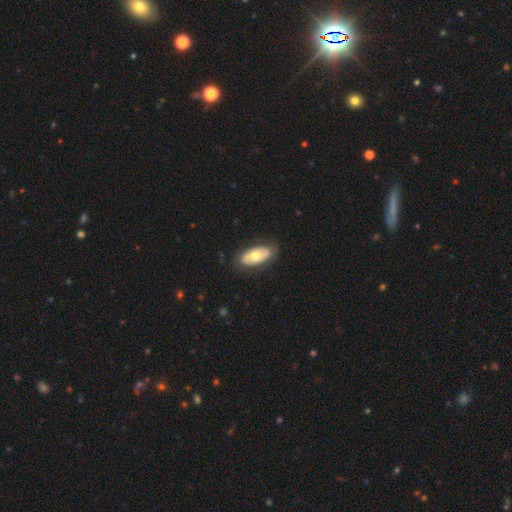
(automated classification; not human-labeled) Smooth or featured: smooth — 55% (featured or disk — 40%)
How rounded: in between — 92% (cigar-shaped — 5%)
Merging: none — 82% (minor disturbance — 13%)